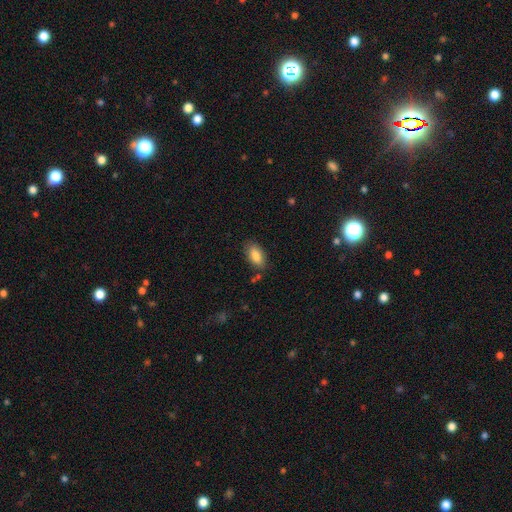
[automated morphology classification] A smooth galaxy with no disk features (87%) that is in between round and cigar-shaped (92%). Merging: none (82%).